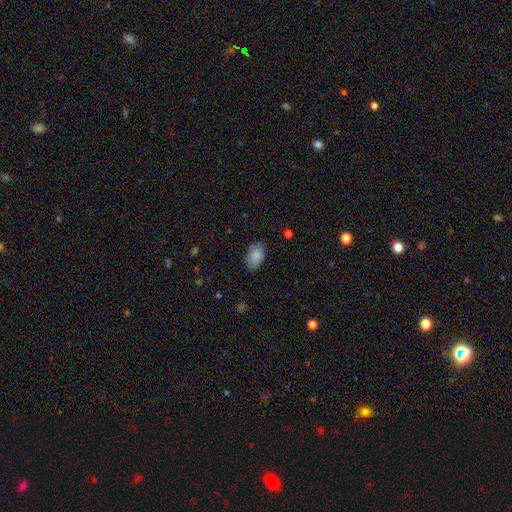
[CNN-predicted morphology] The model was most divided on "merging": none: 78%, minor disturbance: 17%, major disturbance: 4%, merger: 1%. More confident: how rounded — in between (90%); smooth or featured — smooth (87%).